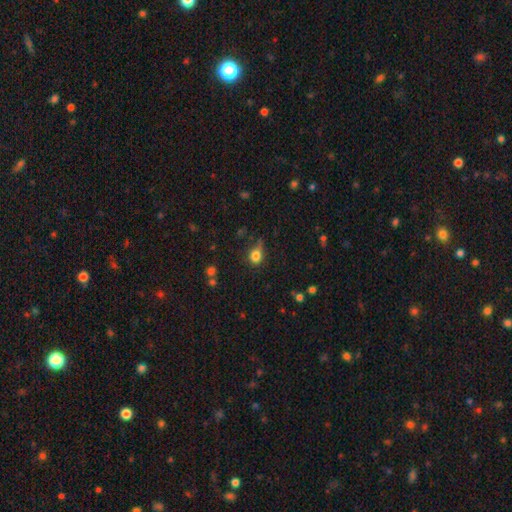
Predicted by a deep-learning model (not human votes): Smooth or featured? smooth (81%)
How rounded? round (67%)
Merging? none (53%)